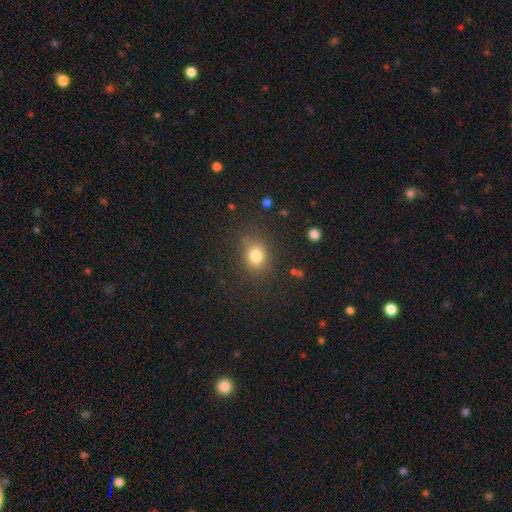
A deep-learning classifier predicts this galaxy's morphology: Smooth or featured? smooth (80%)
How rounded? round (61%)
Merging? none (80%)